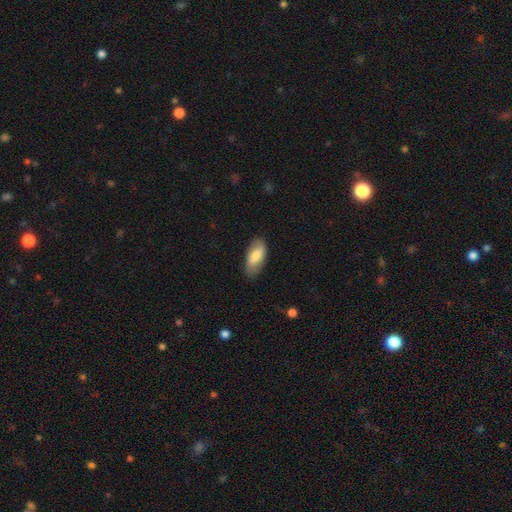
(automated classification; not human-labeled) Smooth or featured?
  - smooth: 76% *
  - featured or disk: 18%
  - star or artifact: 6%
How rounded?
  - in between: 90% *
  - cigar-shaped: 7%
  - round: 2%
Merging?
  - none: 81% *
  - minor disturbance: 15%
  - major disturbance: 3%
  - merger: 1%